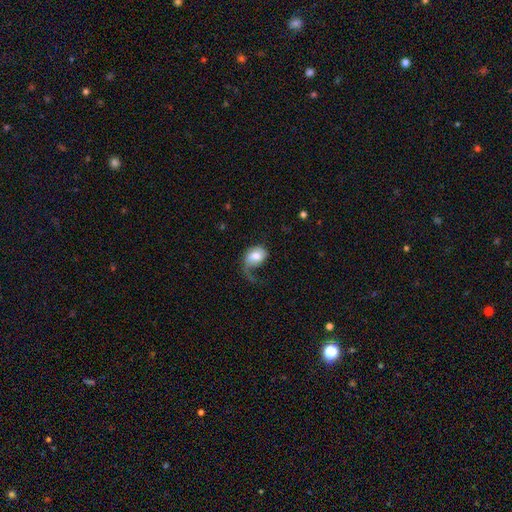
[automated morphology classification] This is possibly a smooth galaxy (56%). How rounded: likely in between (64%). Merging: possibly major disturbance (53%).